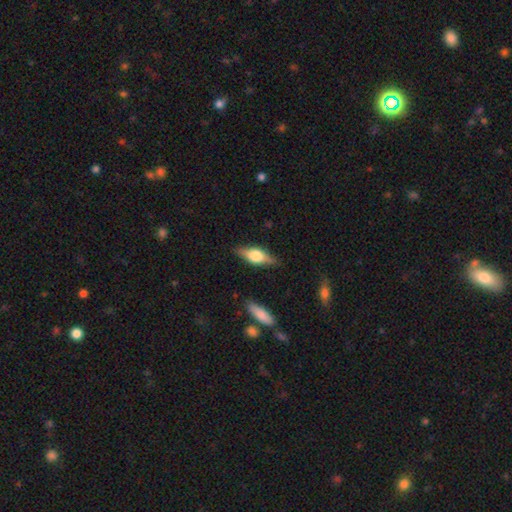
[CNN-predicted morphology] Overall: featured or disk (51%; smooth 42%). Edge-on disk: yes (91%). Merging: none (84%).